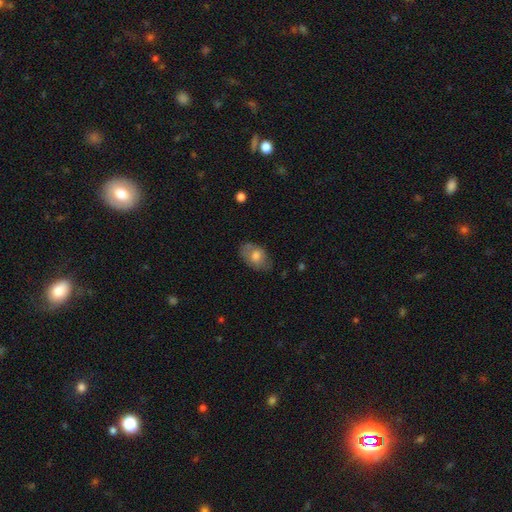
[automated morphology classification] The model was most divided on "merging": none: 65%, minor disturbance: 25%, major disturbance: 7%, merger: 2%. More confident: how rounded — in between (87%); smooth or featured — smooth (68%).